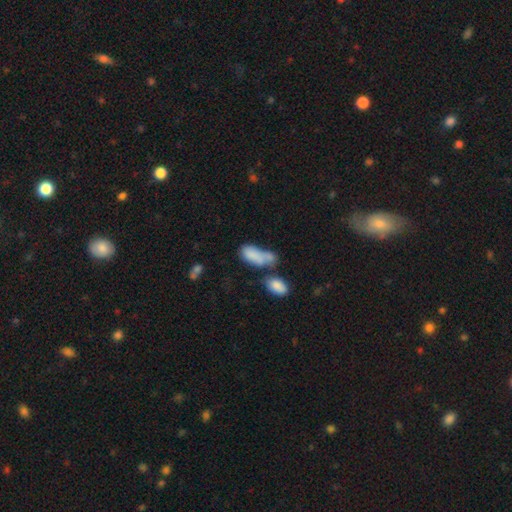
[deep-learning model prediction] Smooth or featured: smooth — 80% (featured or disk — 12%)
How rounded: in between — 87% (cigar-shaped — 9%)
Merging: merger — 51% (none — 25%)